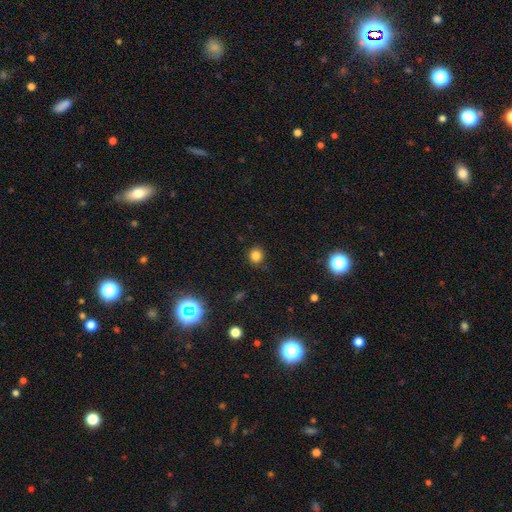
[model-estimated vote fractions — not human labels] The model was most divided on "smooth or featured": smooth: 81%, star or artifact: 15%, featured or disk: 4%. More confident: merging — none (89%); how rounded — round (88%).